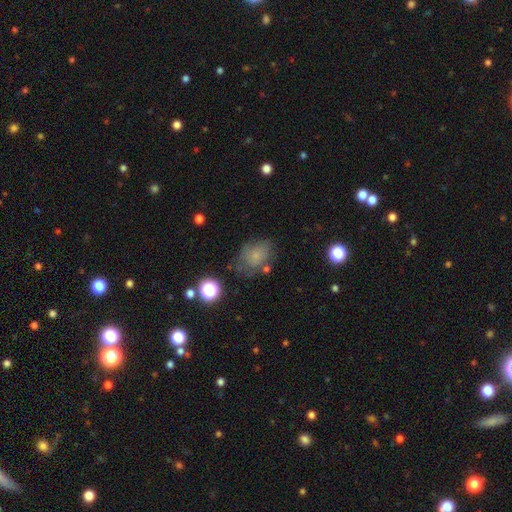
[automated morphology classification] Smooth or featured: smooth — 65% (featured or disk — 21%)
How rounded: in between — 58% (round — 40%)
Merging: none — 56% (minor disturbance — 25%)